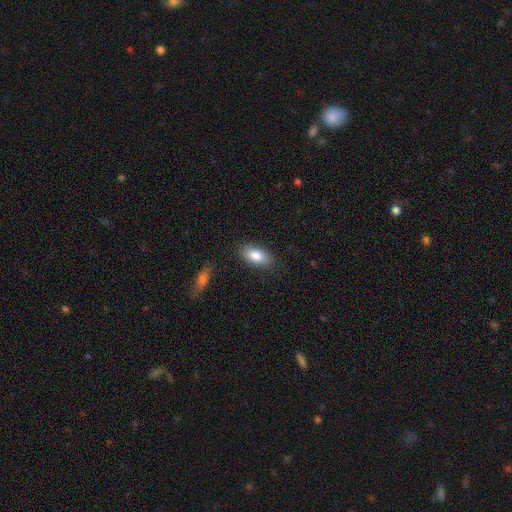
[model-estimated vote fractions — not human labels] Smooth or featured?
  - smooth: 84% *
  - featured or disk: 9%
  - star or artifact: 7%
How rounded?
  - in between: 91% *
  - round: 5%
  - cigar-shaped: 4%
Merging?
  - none: 84% *
  - minor disturbance: 11%
  - major disturbance: 3%
  - merger: 2%